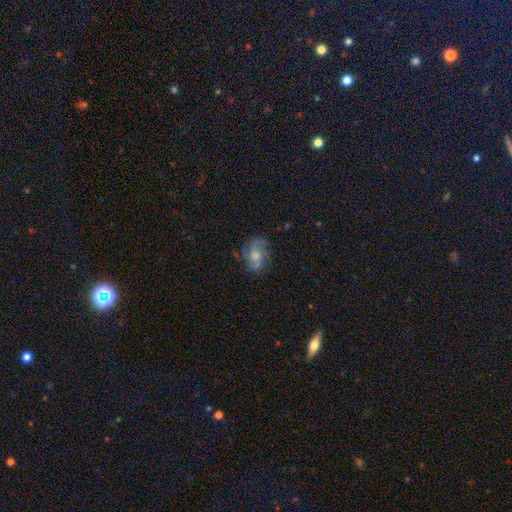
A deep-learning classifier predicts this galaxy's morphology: featured or disk 49%, smooth 42%, star or artifact 9%. Down the decision tree: merging — none (59%).